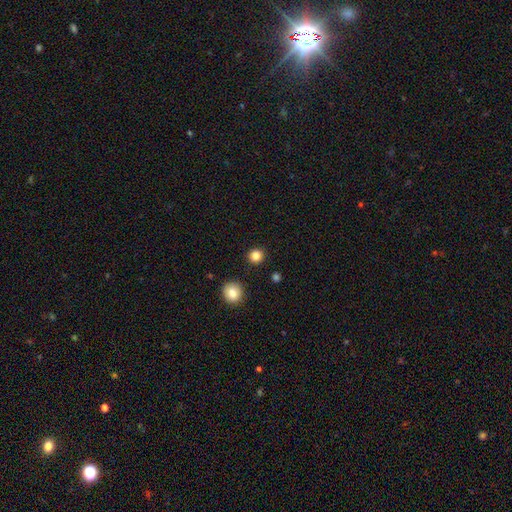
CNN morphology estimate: The model was most divided on "smooth or featured": smooth: 84%, star or artifact: 12%, featured or disk: 4%. More confident: how rounded — round (92%); merging — none (91%).